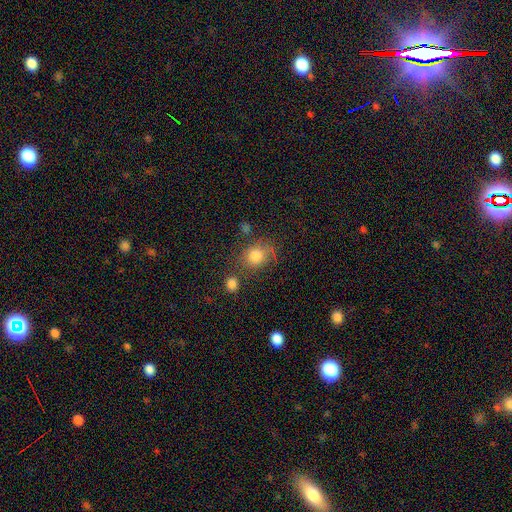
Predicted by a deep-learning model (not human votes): smooth-or-featured: smooth: 79% | star or artifact: 11% | featured or disk: 10%
  how-rounded: round: 57% | in between: 42% | cigar-shaped: 1%
  merging: none: 65% | minor disturbance: 18% | merger: 10% | major disturbance: 7%